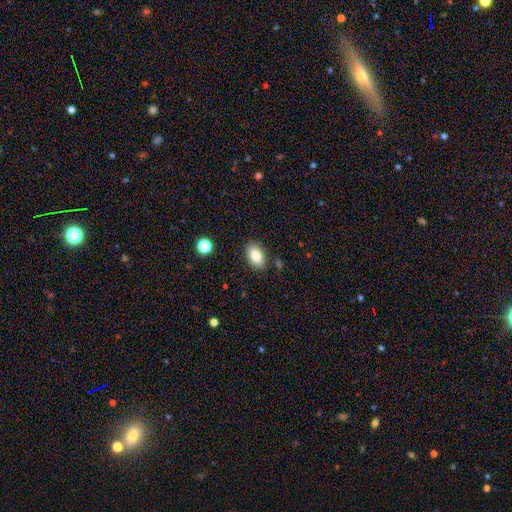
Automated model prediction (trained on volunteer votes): This is clearly a smooth galaxy (85%). How rounded: clearly in between (90%). Merging: clearly none (84%).